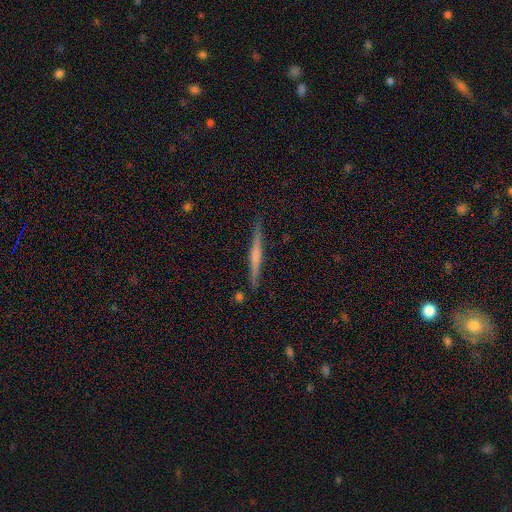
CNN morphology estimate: This appears to be a featured or disk galaxy (60%) viewed edge-on (98%) with no central bulge (50%). Merging: none (89%).